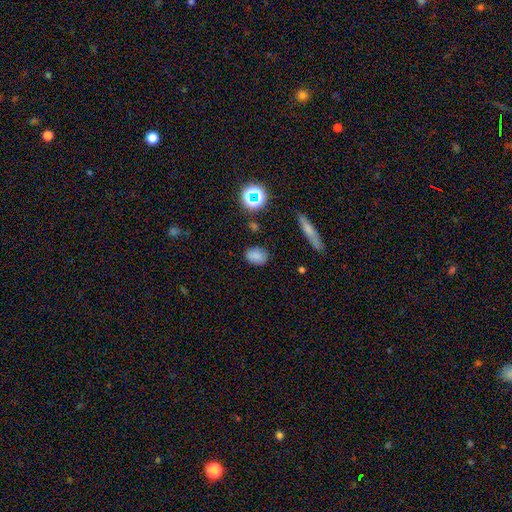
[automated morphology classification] type=smooth (79%); roundness=in between (72%); merging=none (81%).